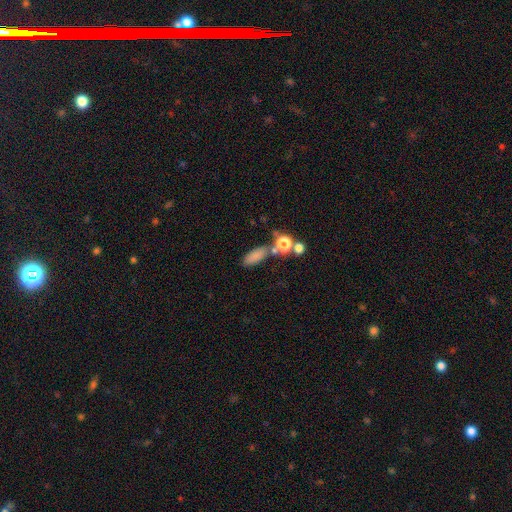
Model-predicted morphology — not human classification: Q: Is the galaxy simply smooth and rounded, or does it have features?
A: smooth — 79%.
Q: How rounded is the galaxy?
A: in between — 67%.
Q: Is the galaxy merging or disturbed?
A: none — 66%.